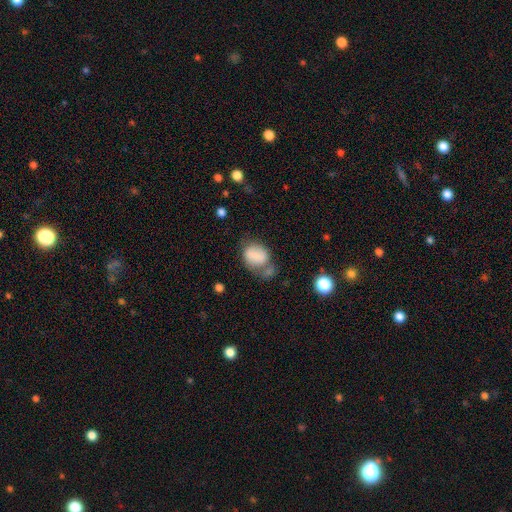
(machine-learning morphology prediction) This appears to be a smooth galaxy with no disk features (76%) that is in between round and cigar-shaped (58%). Merging: none (35%).